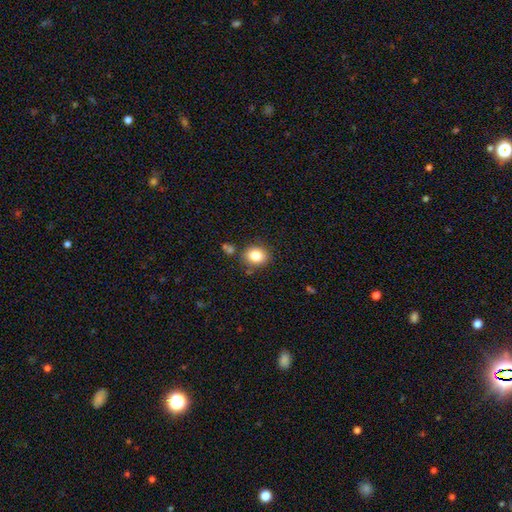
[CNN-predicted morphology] The model was most divided on "how rounded": round: 62%, in between: 37%, cigar-shaped: 1%. More confident: smooth or featured — smooth (83%); merging — none (81%).